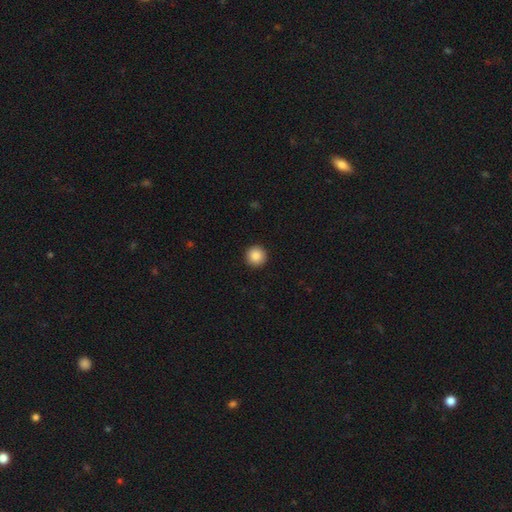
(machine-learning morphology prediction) smooth 88%, star or artifact 9%, featured or disk 3%. Down the decision tree: how rounded — round (96%); merging — none (93%).